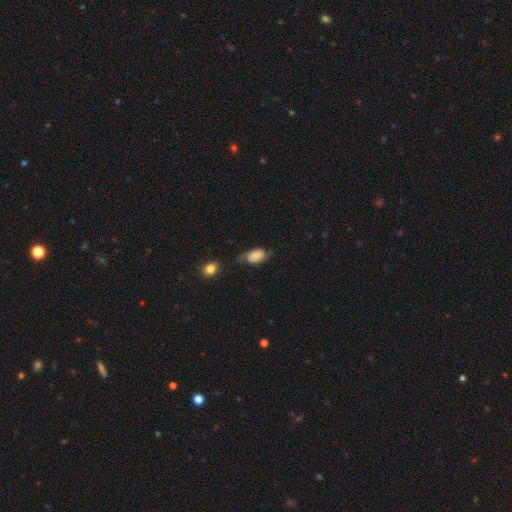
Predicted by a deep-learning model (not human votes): Morphology: type=smooth (58%); roundness=in between (89%); merging=none (46%).